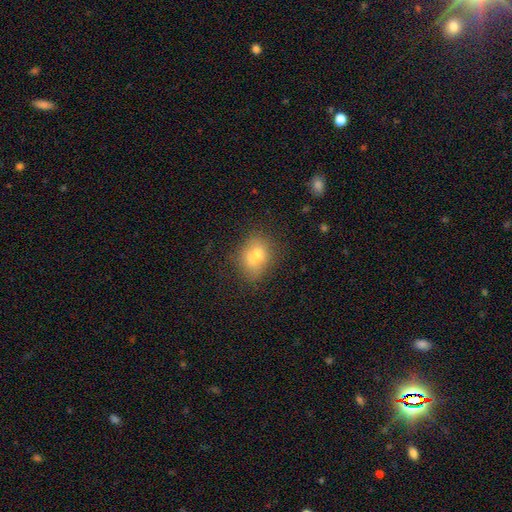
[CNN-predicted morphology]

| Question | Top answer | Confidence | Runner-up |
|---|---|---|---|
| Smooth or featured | smooth | 73% | featured or disk (15%) |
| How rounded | in between | 50% | round (49%) |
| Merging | none | 75% | minor disturbance (18%) |